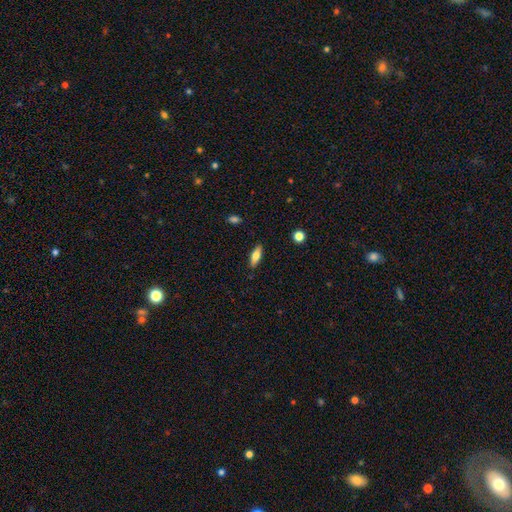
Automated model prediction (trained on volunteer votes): This is likely a smooth galaxy (70%). How rounded: likely in between (60%). Merging: clearly none (88%).